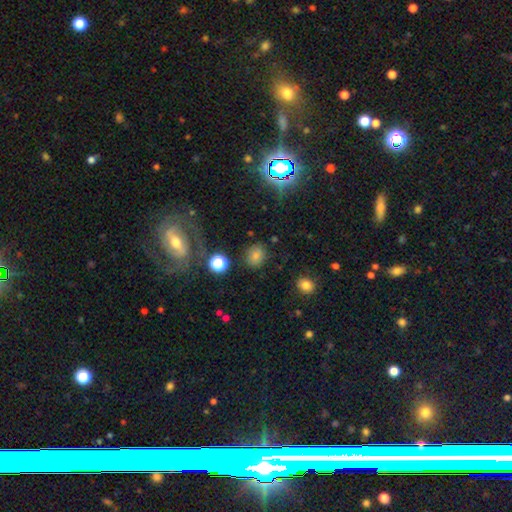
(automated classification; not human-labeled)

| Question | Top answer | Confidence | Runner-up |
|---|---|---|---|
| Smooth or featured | smooth | 74% | star or artifact (17%) |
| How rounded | round | 60% | in between (39%) |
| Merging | none | 82% | minor disturbance (11%) |